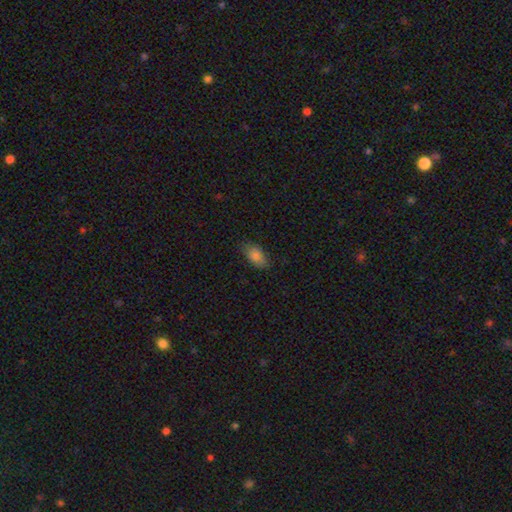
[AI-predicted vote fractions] Morphology: type=smooth (83%); roundness=in between (91%); merging=none (80%).